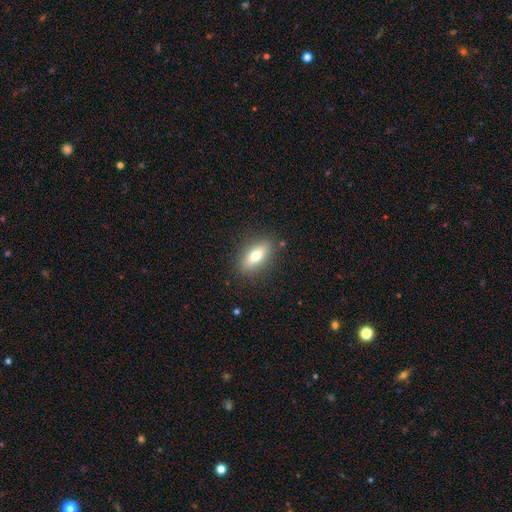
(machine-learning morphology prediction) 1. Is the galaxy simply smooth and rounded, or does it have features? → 68% smooth, 24% featured or disk, 8% star or artifact.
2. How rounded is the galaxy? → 75% in between, 20% cigar-shaped, 5% round.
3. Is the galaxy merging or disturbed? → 85% none, 10% minor disturbance, 3% major disturbance, 1% merger.